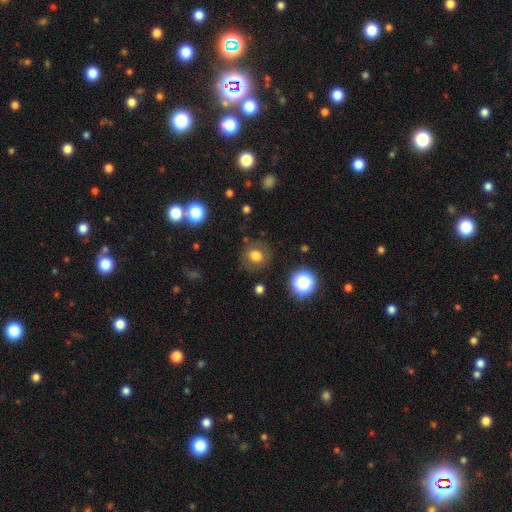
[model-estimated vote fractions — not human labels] Overall: smooth (72%). How rounded: round (80%). Merging: none (81%).